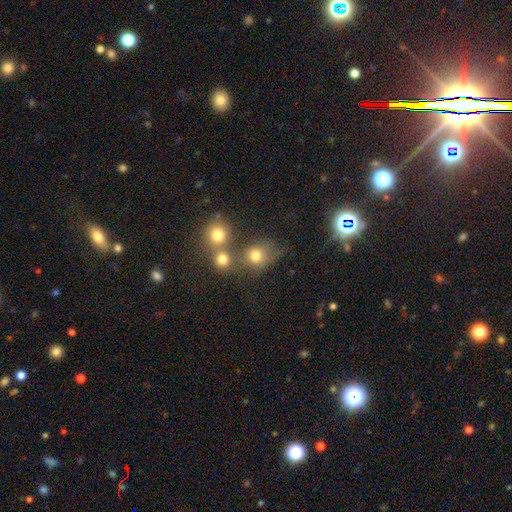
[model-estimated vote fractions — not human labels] smooth 75%, star or artifact 15%, featured or disk 10%. Down the decision tree: how rounded — round (77%); merging — none (48%).